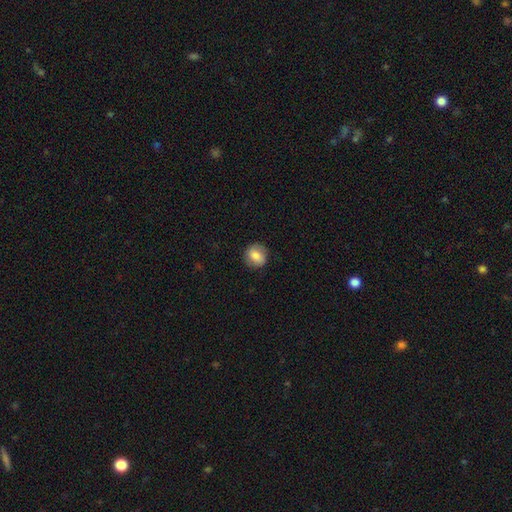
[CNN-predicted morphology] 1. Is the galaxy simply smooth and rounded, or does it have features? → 79% smooth, 13% featured or disk, 8% star or artifact.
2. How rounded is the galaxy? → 77% round, 22% in between, 1% cigar-shaped.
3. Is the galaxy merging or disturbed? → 85% none, 11% minor disturbance, 3% major disturbance, 1% merger.